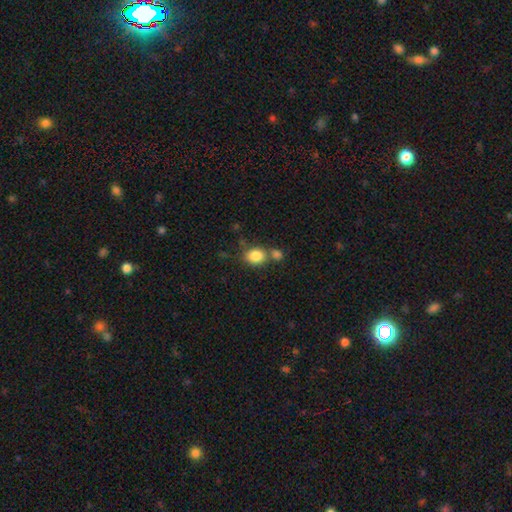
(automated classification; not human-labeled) Smooth or featured?
  - smooth: 85% *
  - star or artifact: 9%
  - featured or disk: 6%
How rounded?
  - in between: 50% *
  - round: 49%
  - cigar-shaped: 1%
Merging?
  - none: 53% *
  - merger: 32%
  - minor disturbance: 11%
  - major disturbance: 4%